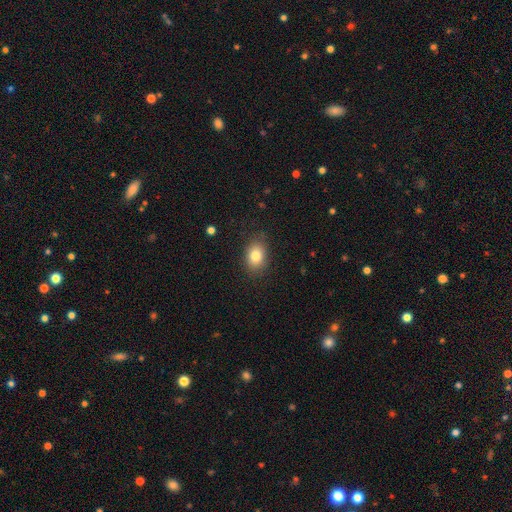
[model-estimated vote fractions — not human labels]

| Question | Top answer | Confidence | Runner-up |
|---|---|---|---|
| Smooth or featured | smooth | 81% | star or artifact (10%) |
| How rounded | in between | 71% | round (28%) |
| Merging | none | 85% | minor disturbance (11%) |